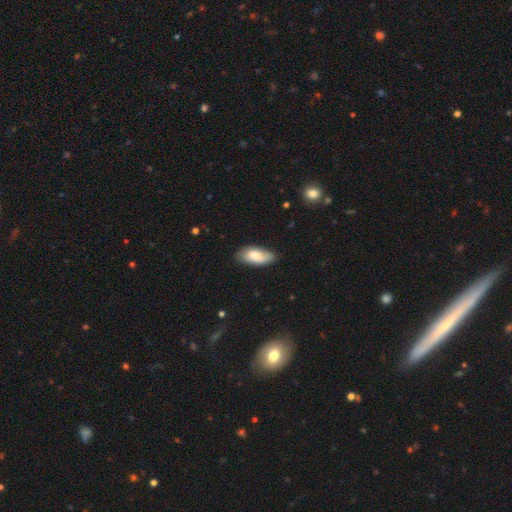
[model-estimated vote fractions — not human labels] Overall: smooth (70%). How rounded: in between (91%). Merging: none (77%).